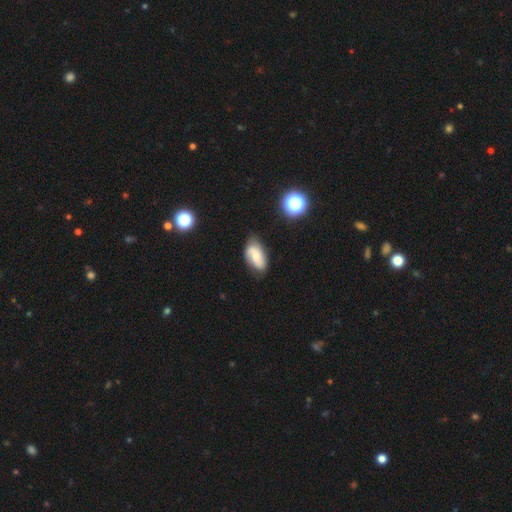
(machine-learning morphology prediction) This is possibly a featured or disk galaxy (47%). Merging: likely none (66%).